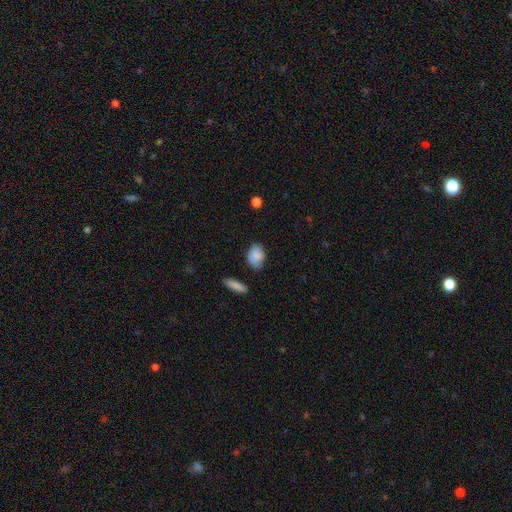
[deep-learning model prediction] Smooth or featured: smooth — 86% (featured or disk — 7%)
How rounded: in between — 76% (round — 22%)
Merging: none — 75% (minor disturbance — 19%)